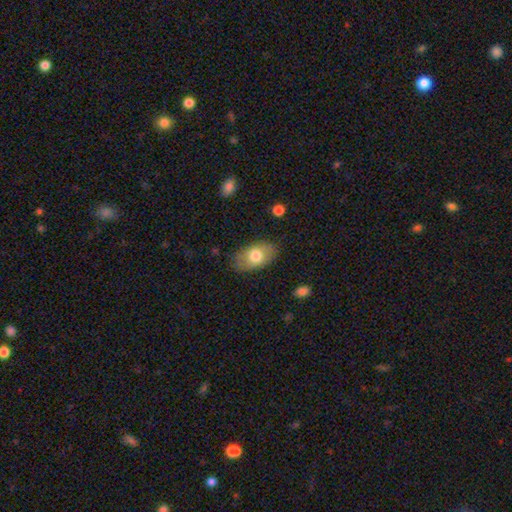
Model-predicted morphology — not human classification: The model was most divided on "smooth or featured": smooth: 71%, featured or disk: 23%, star or artifact: 6%. More confident: how rounded — in between (92%); merging — none (80%).